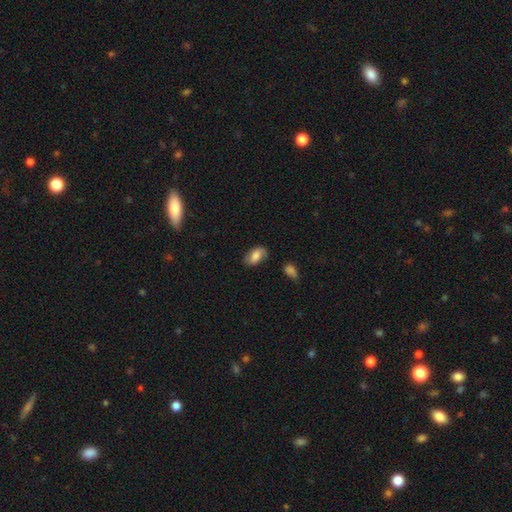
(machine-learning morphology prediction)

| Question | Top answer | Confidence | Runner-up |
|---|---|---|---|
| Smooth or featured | smooth | 59% | featured or disk (32%) |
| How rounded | in between | 90% | round (8%) |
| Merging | none | 71% | minor disturbance (20%) |